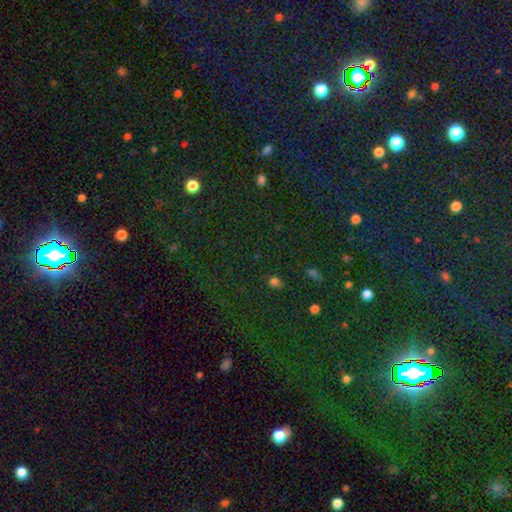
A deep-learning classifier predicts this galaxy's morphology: type=star or artifact (77%).